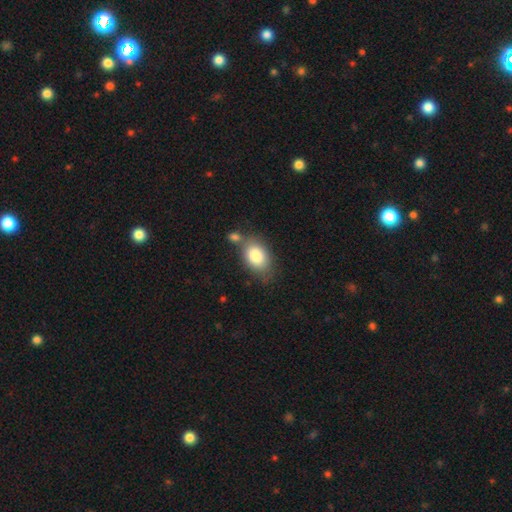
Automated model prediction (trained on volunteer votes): Morphology: type=smooth (83%); roundness=in between (84%); merging=none (55%).